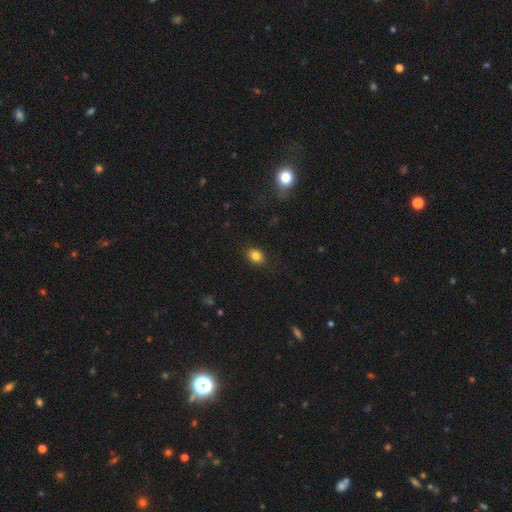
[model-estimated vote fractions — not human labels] A smooth galaxy with no disk features (83%) that is in between round and cigar-shaped (60%).

Vote fractions:
- Smooth or featured? smooth: 83% / star or artifact: 11% / featured or disk: 6%
- How rounded? in between: 60% / round: 39% / cigar-shaped: 1%
- Merging? none: 86% / minor disturbance: 10% / major disturbance: 3% / merger: 1%